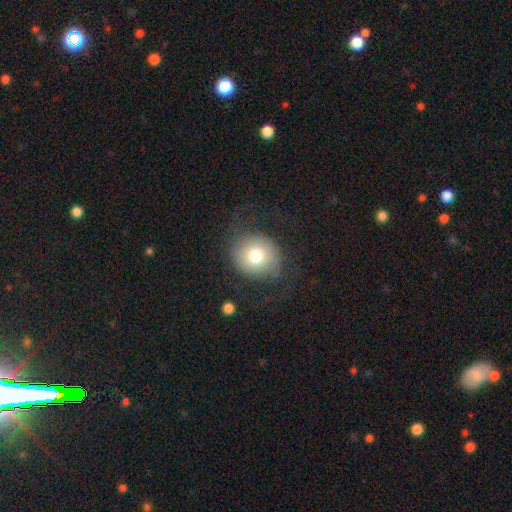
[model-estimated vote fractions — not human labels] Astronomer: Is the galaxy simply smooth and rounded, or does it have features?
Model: smooth — 71%.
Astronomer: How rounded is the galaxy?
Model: round — 83%.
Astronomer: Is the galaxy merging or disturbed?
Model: none — 68%.